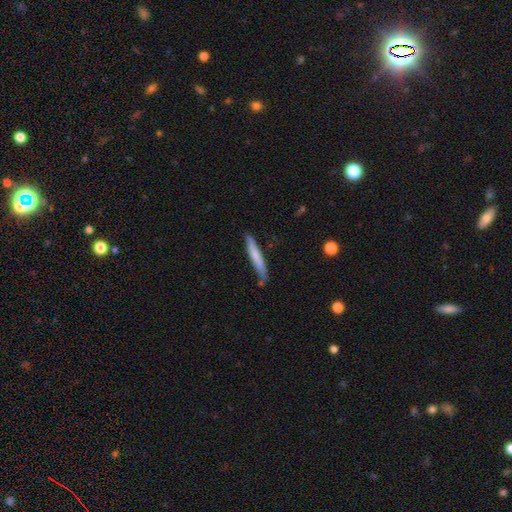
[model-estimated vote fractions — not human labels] Smooth or featured? Predicted: smooth (p=0.68). How rounded? Predicted: cigar-shaped (p=0.95). Merging? Predicted: none (p=0.79).